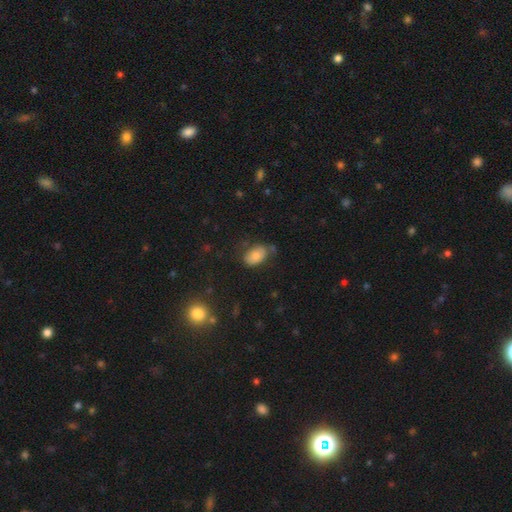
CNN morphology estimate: Smooth or featured: smooth — 77% (featured or disk — 13%)
How rounded: in between — 90% (round — 9%)
Merging: none — 65% (minor disturbance — 24%)